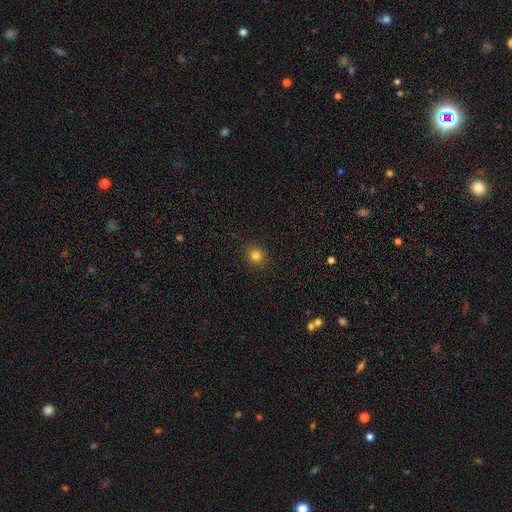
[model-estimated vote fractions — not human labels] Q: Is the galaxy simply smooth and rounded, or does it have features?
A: smooth — 82%.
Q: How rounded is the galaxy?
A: round — 84%.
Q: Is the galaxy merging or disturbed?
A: none — 91%.